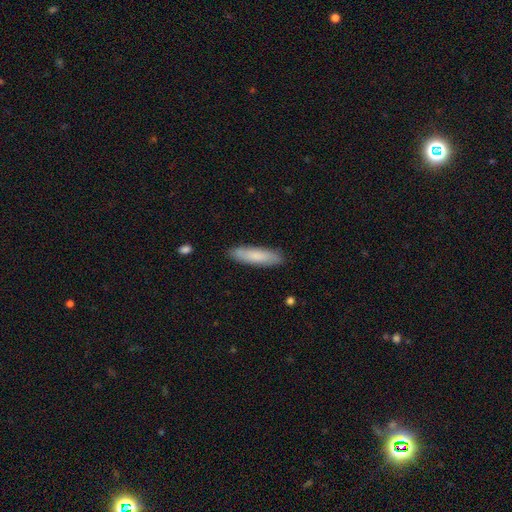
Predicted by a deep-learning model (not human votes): A smooth galaxy with no disk features (80%) that is cigar-shaped (70%).

Vote fractions:
- Smooth or featured? smooth: 80% / featured or disk: 15% / star or artifact: 6%
- How rounded? cigar-shaped: 70% / in between: 29% / round: 1%
- Merging? none: 86% / minor disturbance: 10% / major disturbance: 2% / merger: 1%